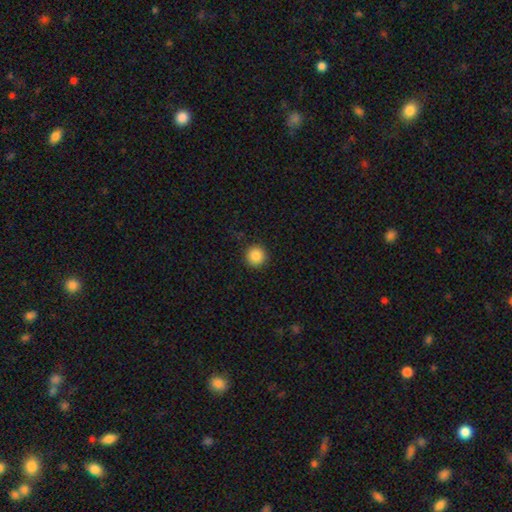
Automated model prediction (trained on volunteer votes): Smooth or featured? Predicted: smooth (p=0.87). How rounded? Predicted: round (p=0.96). Merging? Predicted: none (p=0.92).